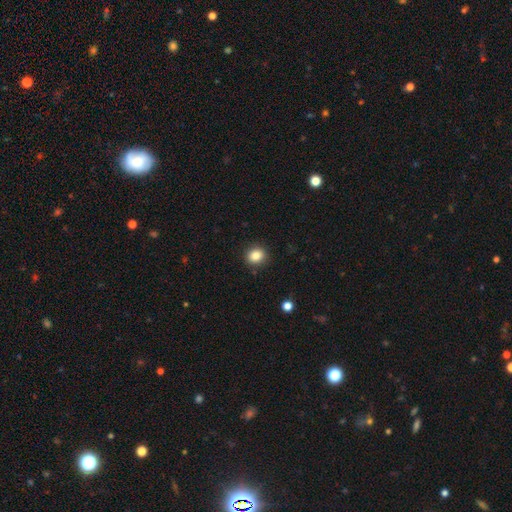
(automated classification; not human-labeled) A smooth galaxy with no disk features (84%) that is round (74%).

Vote fractions:
- Smooth or featured? smooth: 84% / star or artifact: 11% / featured or disk: 5%
- How rounded? round: 74% / in between: 25% / cigar-shaped: 1%
- Merging? none: 90% / minor disturbance: 7% / major disturbance: 2% / merger: 1%